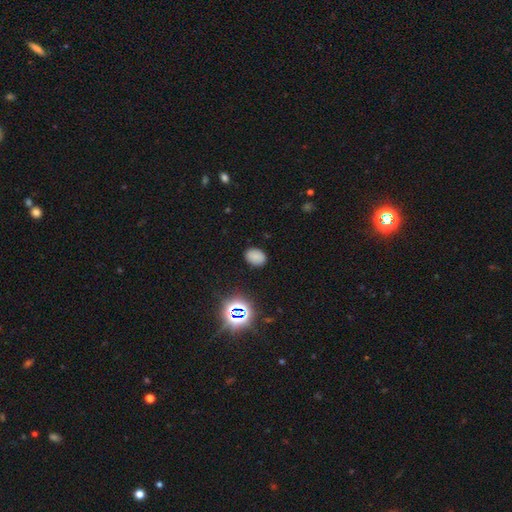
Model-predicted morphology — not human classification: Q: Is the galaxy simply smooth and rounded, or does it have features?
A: smooth — 76%.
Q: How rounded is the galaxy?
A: in between — 69%.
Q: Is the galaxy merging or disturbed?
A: none — 85%.